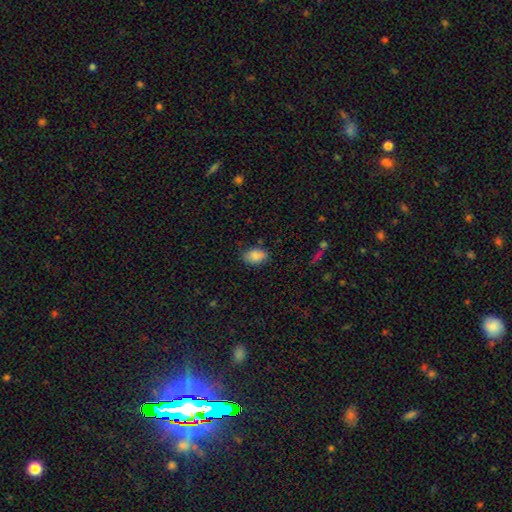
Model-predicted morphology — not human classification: smooth 85%, star or artifact 8%, featured or disk 7%. Down the decision tree: how rounded — in between (86%); merging — none (79%).